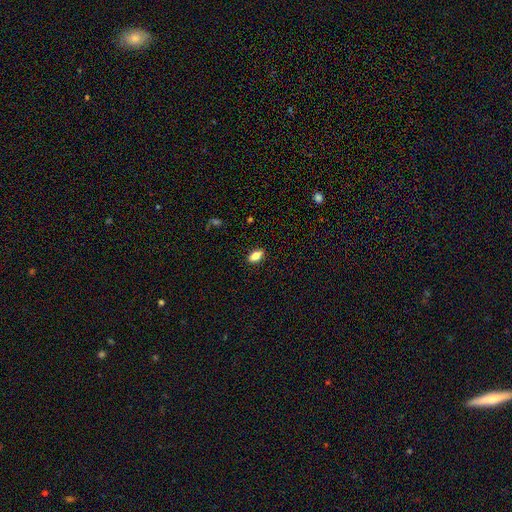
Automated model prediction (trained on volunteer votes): smooth-or-featured: smooth: 78% | featured or disk: 14% | star or artifact: 8%
  how-rounded: in between: 86% | cigar-shaped: 9% | round: 5%
  merging: none: 88% | minor disturbance: 9% | major disturbance: 2% | merger: 1%